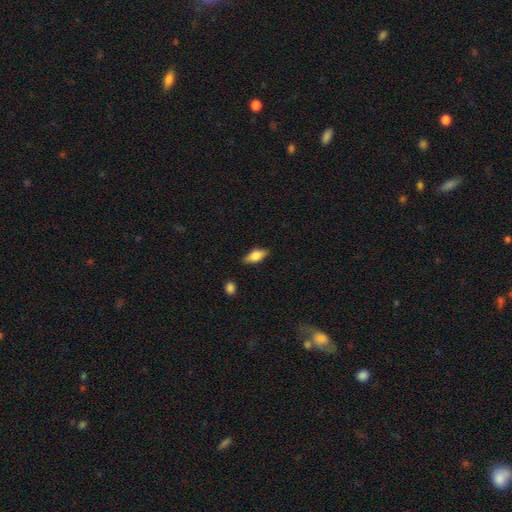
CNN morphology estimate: Smooth or featured?
  - smooth: 67% *
  - featured or disk: 26%
  - star or artifact: 7%
How rounded?
  - in between: 80% *
  - cigar-shaped: 16%
  - round: 4%
Merging?
  - none: 83% *
  - minor disturbance: 13%
  - major disturbance: 3%
  - merger: 2%